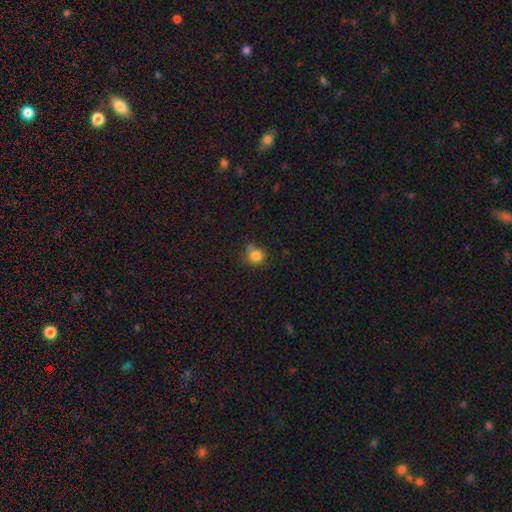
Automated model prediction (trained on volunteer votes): A smooth galaxy with no disk features (83%) that is round (89%).

Vote fractions:
- Smooth or featured? smooth: 83% / star or artifact: 11% / featured or disk: 6%
- How rounded? round: 89% / in between: 10% / cigar-shaped: 1%
- Merging? none: 64% / minor disturbance: 18% / merger: 13% / major disturbance: 5%